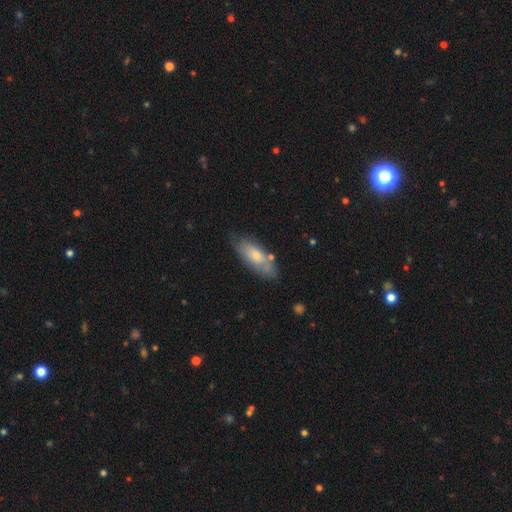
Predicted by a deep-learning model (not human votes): A smooth galaxy with no disk features (64%) that is in between round and cigar-shaped (76%).

Vote fractions:
- Smooth or featured? smooth: 64% / featured or disk: 30% / star or artifact: 6%
- How rounded? in between: 76% / cigar-shaped: 21% / round: 2%
- Merging? none: 67% / minor disturbance: 23% / major disturbance: 5% / merger: 5%